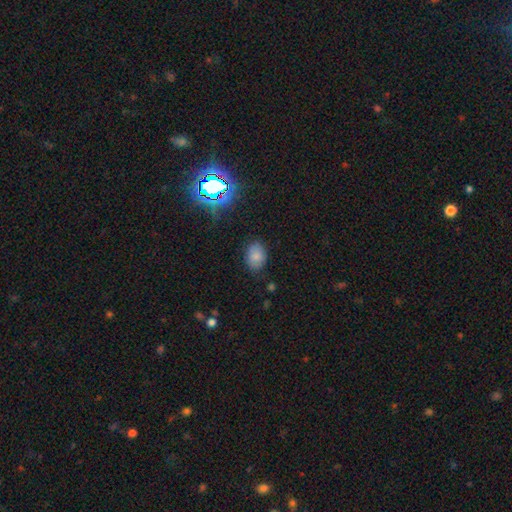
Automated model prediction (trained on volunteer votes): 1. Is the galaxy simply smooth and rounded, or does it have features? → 80% smooth, 13% star or artifact, 7% featured or disk.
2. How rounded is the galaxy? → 75% in between, 24% round, 1% cigar-shaped.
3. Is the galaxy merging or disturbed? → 82% none, 13% minor disturbance, 3% major disturbance, 1% merger.